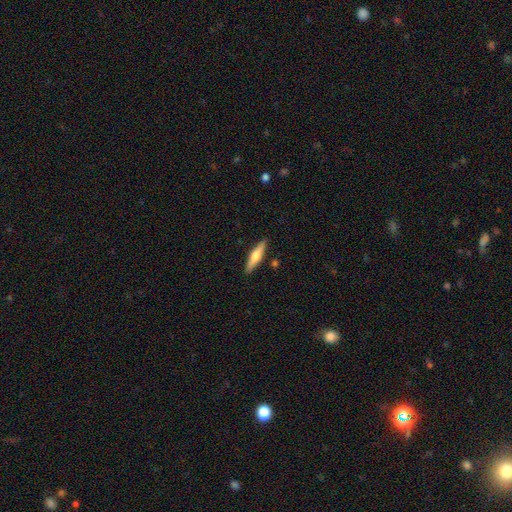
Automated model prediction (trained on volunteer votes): Smooth or featured?
  - smooth: 49% *
  - featured or disk: 46%
  - star or artifact: 5%
Merging?
  - none: 88% *
  - minor disturbance: 8%
  - merger: 2%
  - major disturbance: 2%